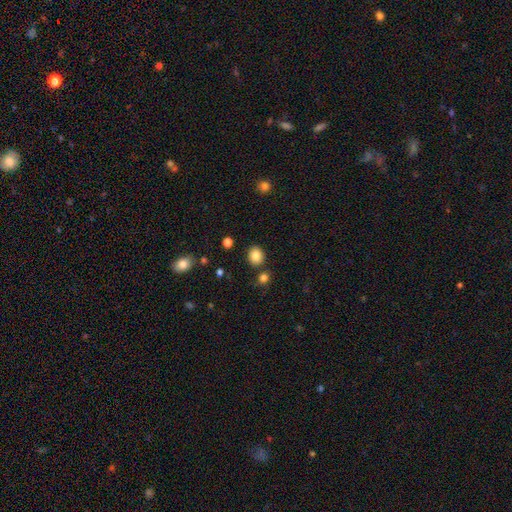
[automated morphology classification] type=smooth (84%); roundness=round (68%); merging=none (84%).